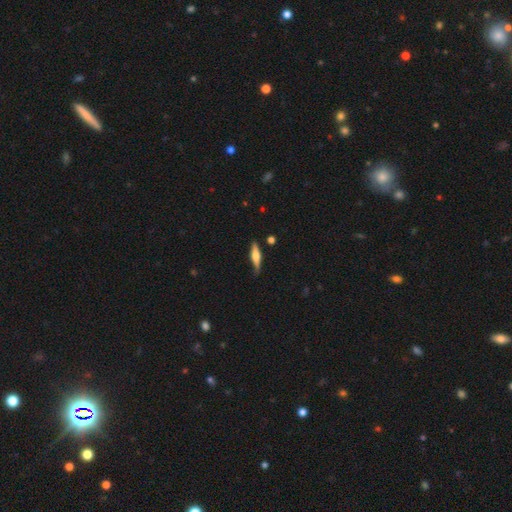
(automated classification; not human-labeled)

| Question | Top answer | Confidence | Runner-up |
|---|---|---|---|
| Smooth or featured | featured or disk | 52% | smooth (42%) |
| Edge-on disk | yes | 95% | no (5%) |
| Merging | none | 77% | minor disturbance (18%) |